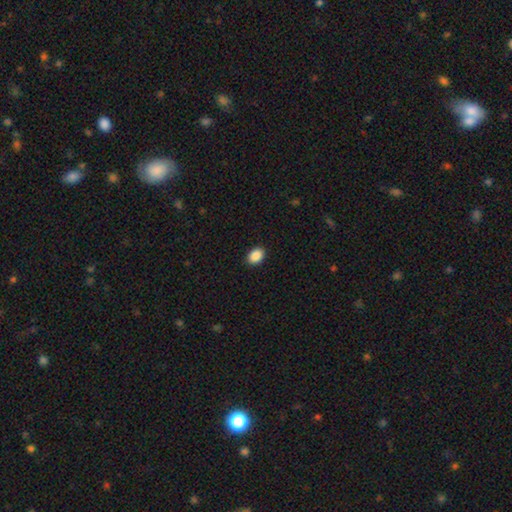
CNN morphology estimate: Overall: smooth (89%). How rounded: in between (71%). Merging: none (91%).